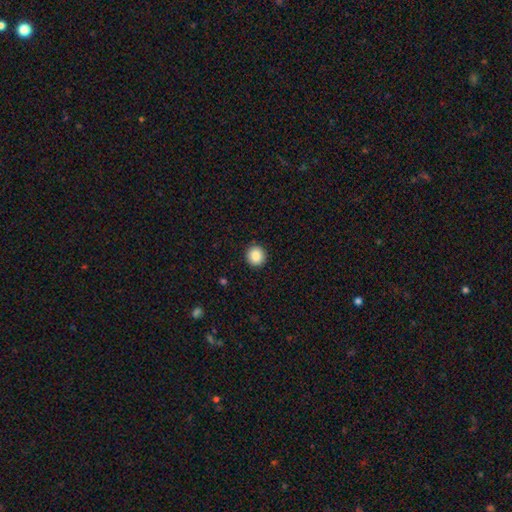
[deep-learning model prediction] Smooth or featured? Predicted: smooth (p=0.87). How rounded? Predicted: round (p=0.93). Merging? Predicted: none (p=0.92).